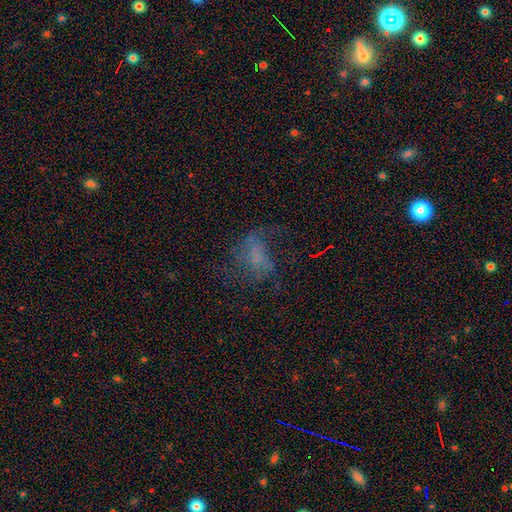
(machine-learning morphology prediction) Smooth or featured?
  - featured or disk: 42% *
  - smooth: 34%
  - star or artifact: 24%
Merging?
  - none: 41% *
  - major disturbance: 39%
  - minor disturbance: 17%
  - merger: 3%